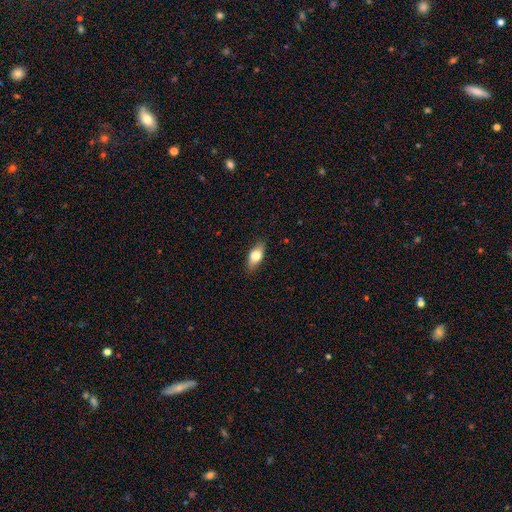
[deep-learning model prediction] A smooth galaxy with no disk features (72%) that is in between round and cigar-shaped (83%).

Vote fractions:
- Smooth or featured? smooth: 72% / featured or disk: 21% / star or artifact: 7%
- How rounded? in between: 83% / cigar-shaped: 11% / round: 5%
- Merging? none: 85% / minor disturbance: 11% / major disturbance: 2% / merger: 1%